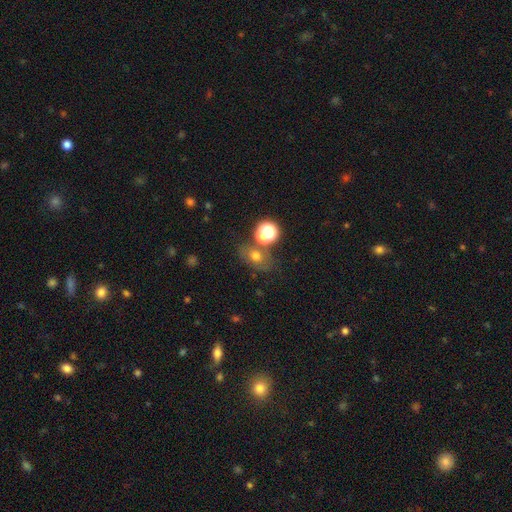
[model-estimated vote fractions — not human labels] smooth 61%, star or artifact 21%, featured or disk 18%. Down the decision tree: how rounded — in between (58%); merging — none (57%).